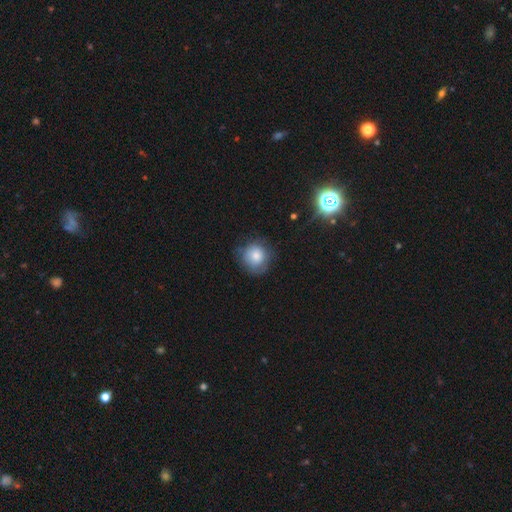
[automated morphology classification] This is likely a smooth galaxy (78%). How rounded: clearly round (89%). Merging: likely none (72%).